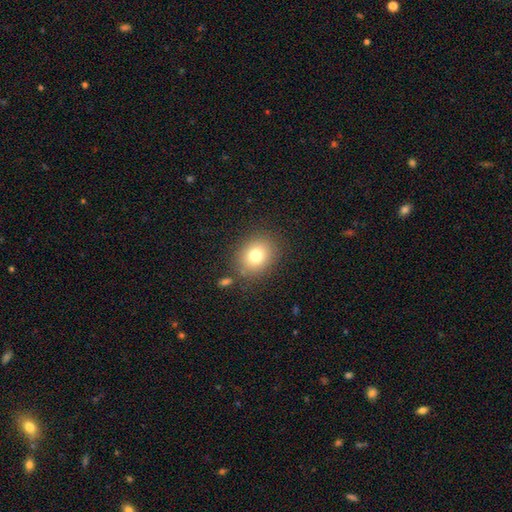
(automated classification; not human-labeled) Smooth or featured? smooth (77%)
How rounded? round (63%)
Merging? none (83%)